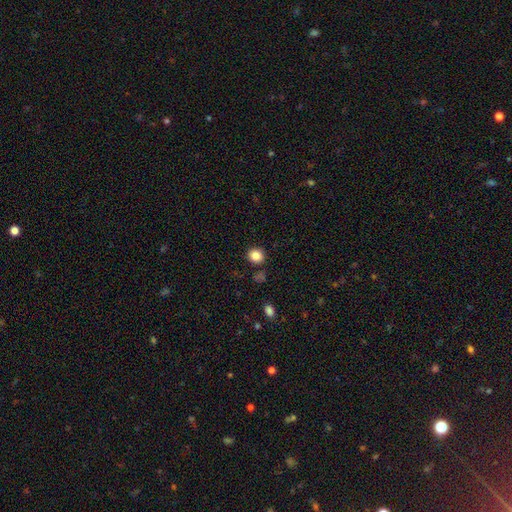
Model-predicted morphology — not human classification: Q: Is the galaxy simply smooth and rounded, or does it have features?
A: smooth — 84%.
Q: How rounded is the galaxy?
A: round — 87%.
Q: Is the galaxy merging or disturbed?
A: none — 88%.